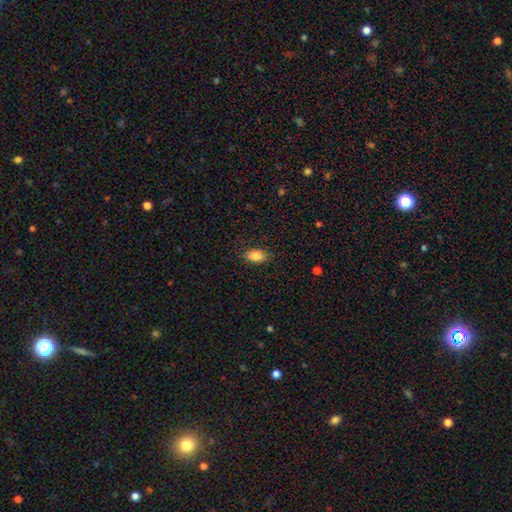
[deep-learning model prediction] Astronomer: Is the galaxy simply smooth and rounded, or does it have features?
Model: smooth — 87%.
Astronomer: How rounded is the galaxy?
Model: in between — 88%.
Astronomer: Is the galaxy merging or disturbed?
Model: none — 86%.